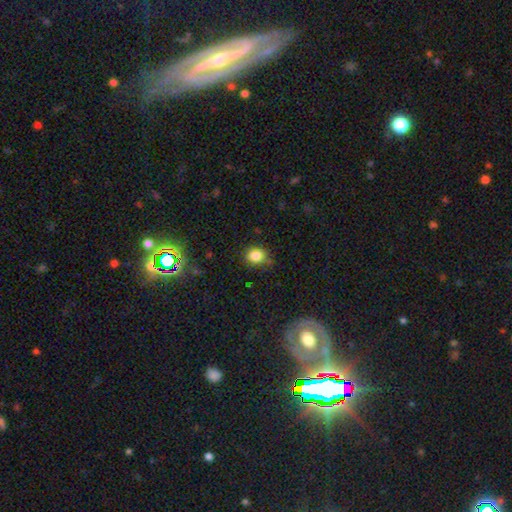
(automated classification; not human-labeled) The model was most divided on "how rounded": round: 60%, in between: 39%, cigar-shaped: 1%. More confident: smooth or featured — smooth (84%); merging — none (74%).